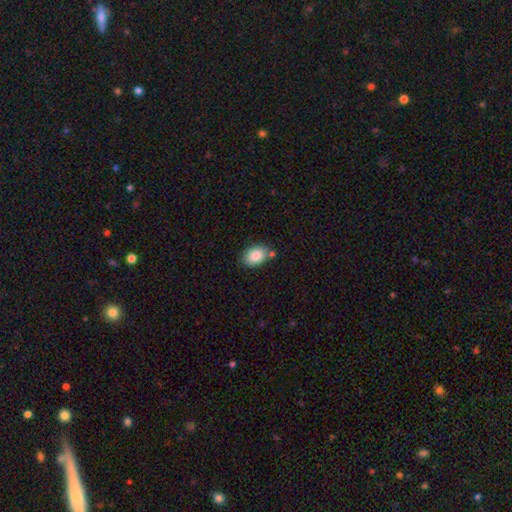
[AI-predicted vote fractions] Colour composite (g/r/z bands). It shows a smooth galaxy with no disk features (85%) that is in between round and cigar-shaped (82%). Merging: none (75%).